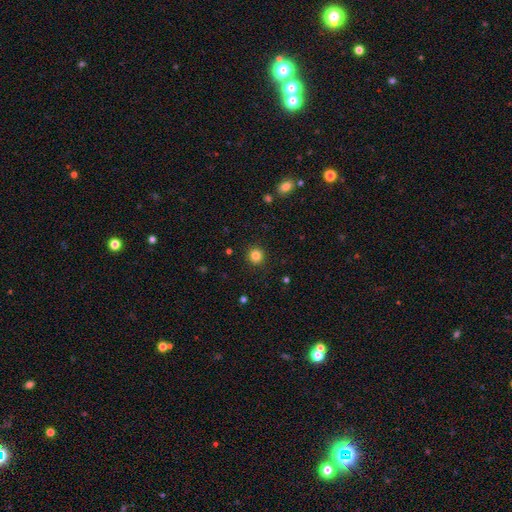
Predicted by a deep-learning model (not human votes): The model was most divided on "smooth or featured": smooth: 83%, star or artifact: 12%, featured or disk: 5%. More confident: how rounded — round (93%); merging — none (92%).